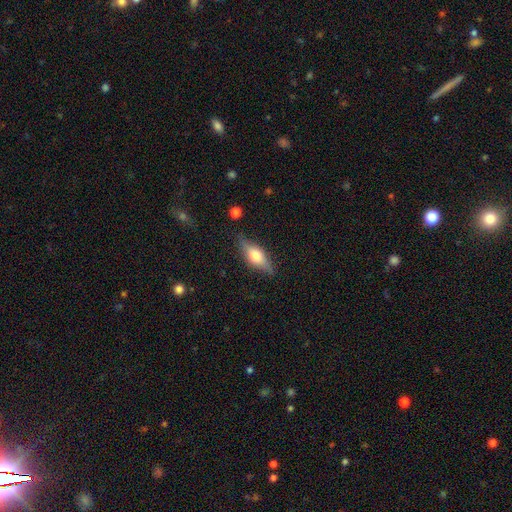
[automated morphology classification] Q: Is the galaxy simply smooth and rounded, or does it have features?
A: smooth — 47%, tied with featured or disk.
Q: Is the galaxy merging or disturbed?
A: none — 80%.